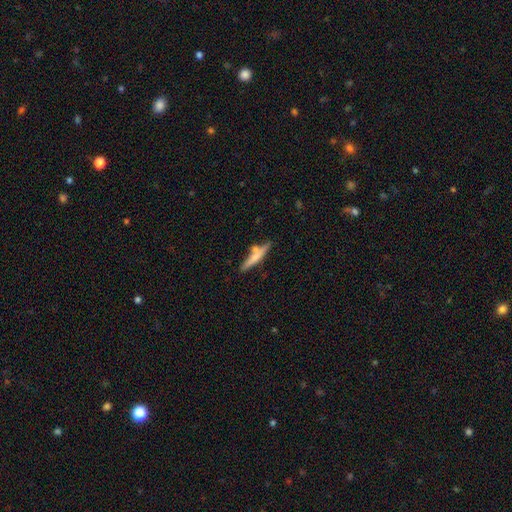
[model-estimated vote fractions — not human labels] smooth_or_featured: smooth (p=0.53) [alt: featured or disk p=0.41]
how_rounded: cigar-shaped (p=0.88) [alt: in between p=0.10]
merging: none (p=0.65) [alt: merger p=0.17]